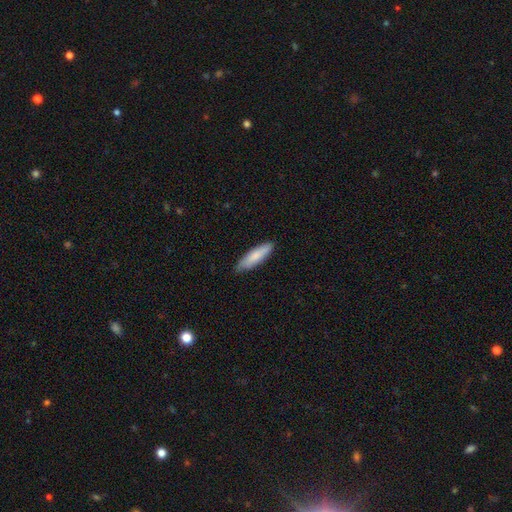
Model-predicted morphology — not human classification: Smooth or featured? Predicted: smooth (p=0.81). How rounded? Predicted: cigar-shaped (p=0.66). Merging? Predicted: none (p=0.81).